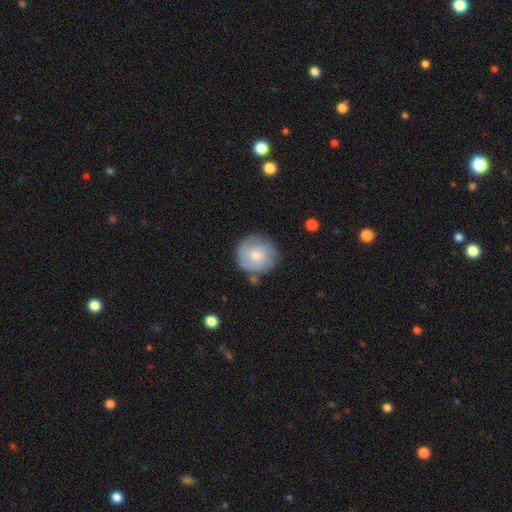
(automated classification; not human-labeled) A smooth galaxy with no disk features (62%) that is round (92%). Merging: none (73%).